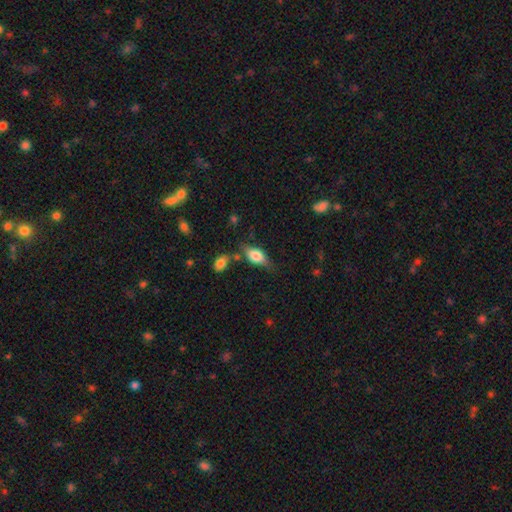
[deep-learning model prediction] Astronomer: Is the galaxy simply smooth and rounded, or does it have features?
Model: smooth — 66%.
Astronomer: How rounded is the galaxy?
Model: in between — 82%.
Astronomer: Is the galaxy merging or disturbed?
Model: none — 58%.